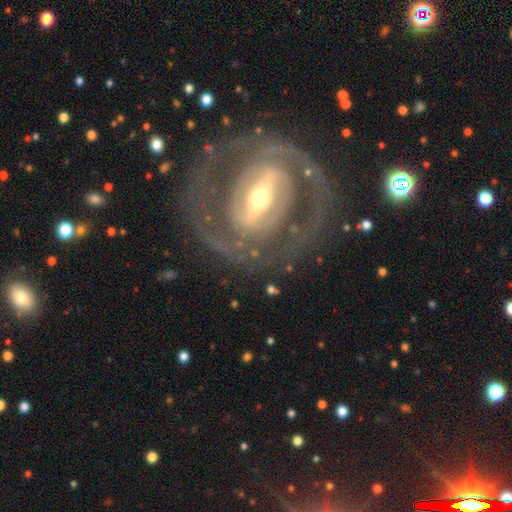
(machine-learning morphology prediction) Q: Smooth or featured?
A: featured or disk (87%); runner-up: smooth (8%)
Q: Edge-on disk?
A: no (94%); runner-up: yes (6%)
Q: Bar?
A: strong (64%); runner-up: weak (25%)
Q: Spiral arms?
A: yes (85%); runner-up: no (15%)
Q: Spiral winding?
A: tight (59%); runner-up: medium (33%)
Q: Spiral arm count?
A: 2 (72%); runner-up: can't tell (14%)
Q: Bulge size?
A: moderate (49%); runner-up: small (40%)
Q: Merging?
A: none (78%); runner-up: minor disturbance (12%)